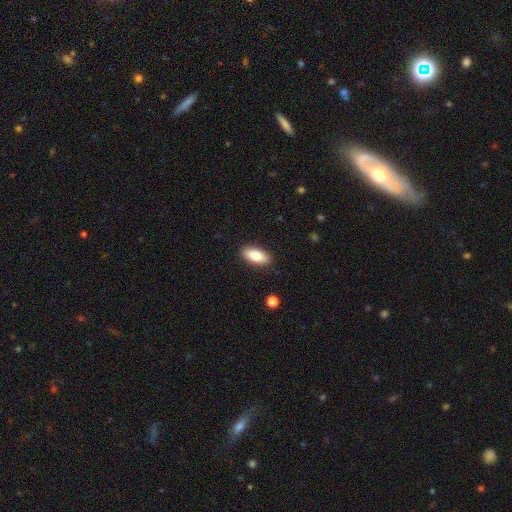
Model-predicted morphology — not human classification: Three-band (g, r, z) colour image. It shows a smooth galaxy with no disk features (81%) that is in between round and cigar-shaped (86%). Merging: none (88%).